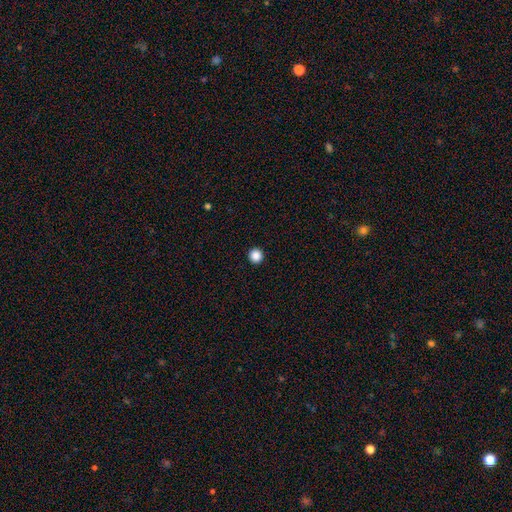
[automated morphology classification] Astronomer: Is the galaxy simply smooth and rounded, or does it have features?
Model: smooth — 87%.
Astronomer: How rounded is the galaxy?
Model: round — 96%.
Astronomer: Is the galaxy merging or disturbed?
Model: none — 94%.